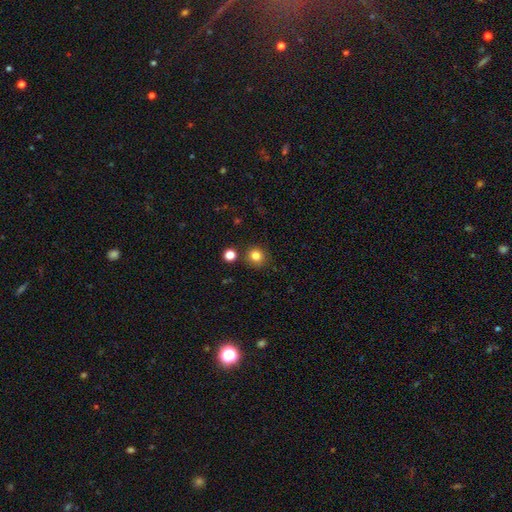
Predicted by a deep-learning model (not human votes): Smooth or featured: smooth — 82% (star or artifact — 12%)
How rounded: round — 89% (in between — 10%)
Merging: none — 84% (minor disturbance — 8%)